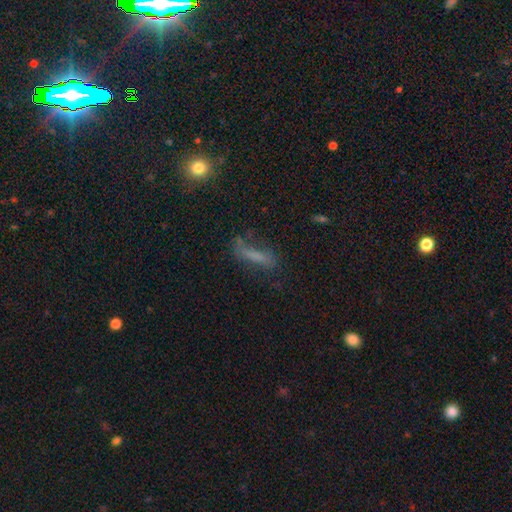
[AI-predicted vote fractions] Smooth or featured?
  - smooth: 58% *
  - featured or disk: 26%
  - star or artifact: 16%
How rounded?
  - cigar-shaped: 66% *
  - in between: 30%
  - round: 4%
Merging?
  - none: 51% *
  - minor disturbance: 25%
  - major disturbance: 20%
  - merger: 5%